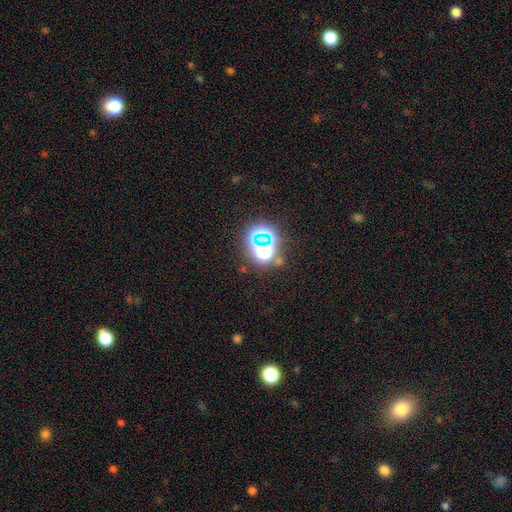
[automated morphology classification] Smooth or featured?
  - star or artifact: 67% *
  - smooth: 25%
  - featured or disk: 8%